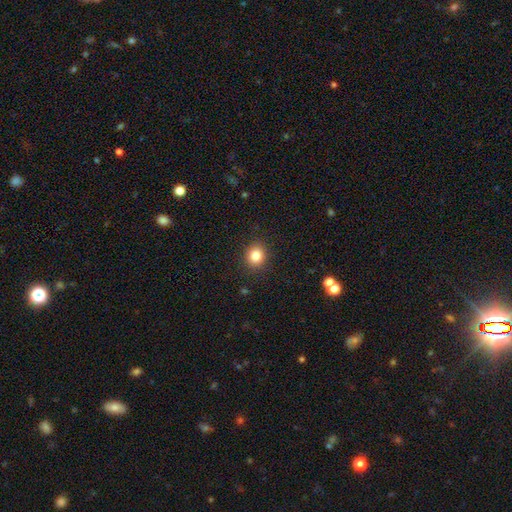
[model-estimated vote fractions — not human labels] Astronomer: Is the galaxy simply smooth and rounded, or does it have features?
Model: smooth — 83%.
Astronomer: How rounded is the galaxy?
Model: round — 79%.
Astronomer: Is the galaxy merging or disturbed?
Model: none — 90%.